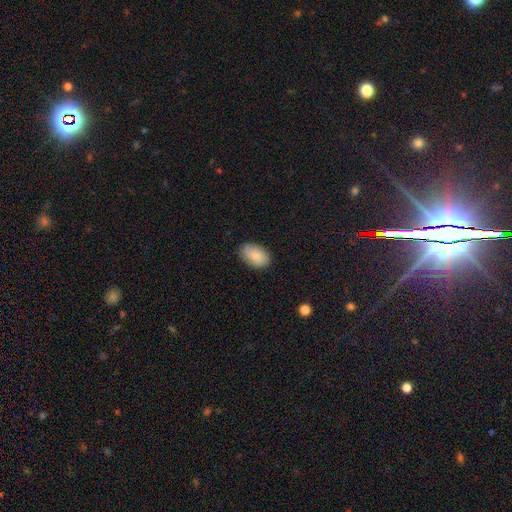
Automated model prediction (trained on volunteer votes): Smooth or featured? smooth (82%)
How rounded? in between (90%)
Merging? none (83%)